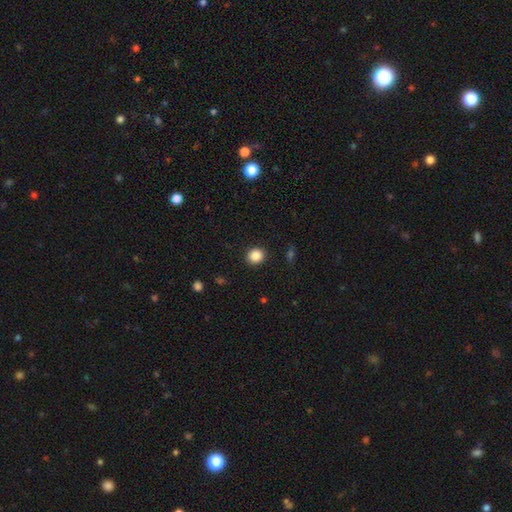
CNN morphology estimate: smooth_or_featured: smooth (p=0.86) [alt: star or artifact p=0.10]
how_rounded: round (p=0.85) [alt: in between p=0.14]
merging: none (p=0.91) [alt: minor disturbance p=0.06]